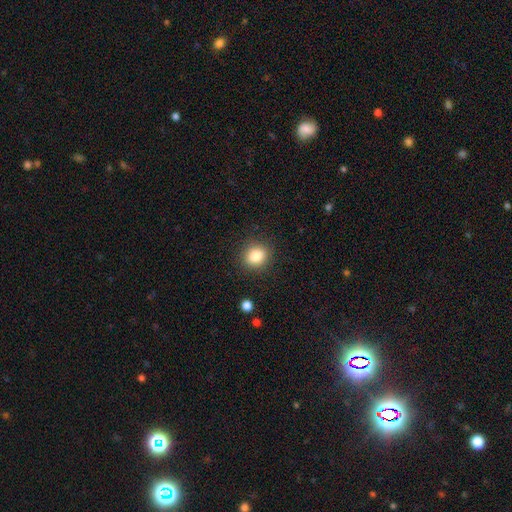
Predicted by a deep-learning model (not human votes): A smooth galaxy with no disk features (83%) that is round (73%).

Vote fractions:
- Smooth or featured? smooth: 83% / star or artifact: 11% / featured or disk: 7%
- How rounded? round: 73% / in between: 26% / cigar-shaped: 1%
- Merging? none: 89% / minor disturbance: 7% / major disturbance: 2% / merger: 1%